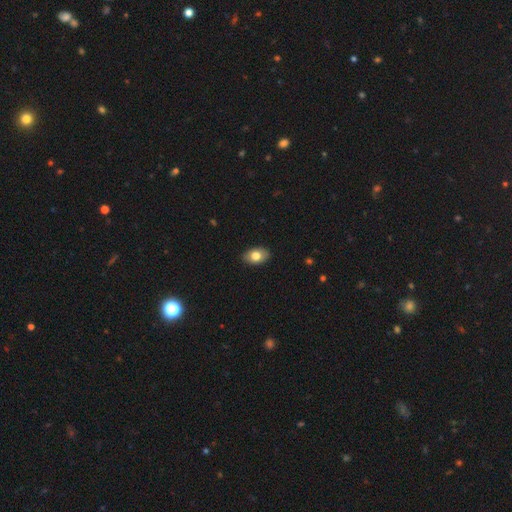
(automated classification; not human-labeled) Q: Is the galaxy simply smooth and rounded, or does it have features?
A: smooth — 78%.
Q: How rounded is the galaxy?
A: in between — 88%.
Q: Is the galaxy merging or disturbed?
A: none — 89%.